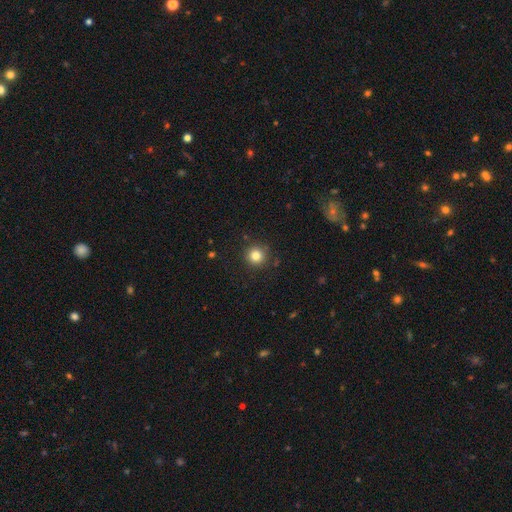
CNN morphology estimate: Smooth or featured?
  - smooth: 81% *
  - star or artifact: 13%
  - featured or disk: 6%
How rounded?
  - round: 95% *
  - in between: 4%
  - cigar-shaped: 1%
Merging?
  - none: 89% *
  - minor disturbance: 7%
  - major disturbance: 2%
  - merger: 2%